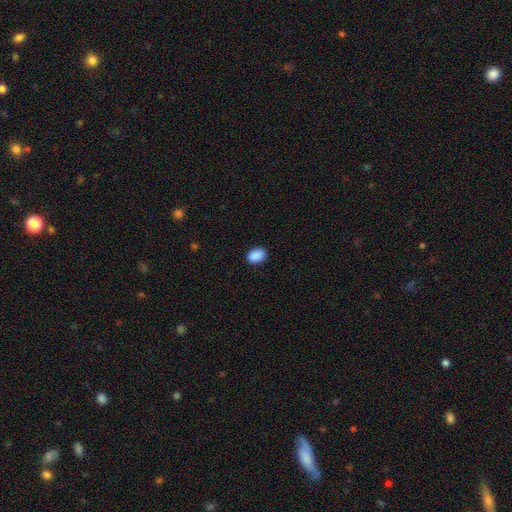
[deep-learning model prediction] Smooth or featured? smooth (90%)
How rounded? in between (81%)
Merging? none (88%)